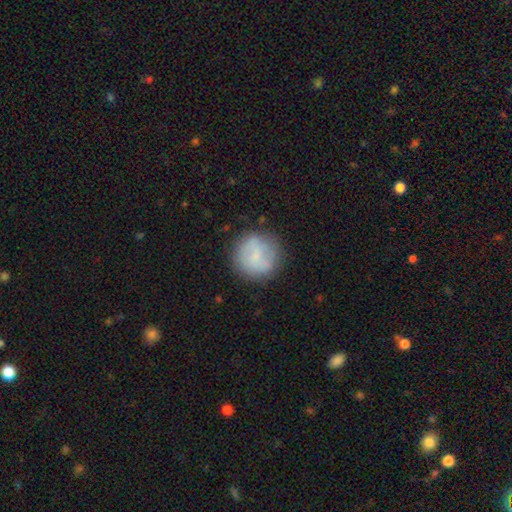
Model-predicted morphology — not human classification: Smooth or featured? smooth (66%)
How rounded? round (93%)
Merging? none (78%)